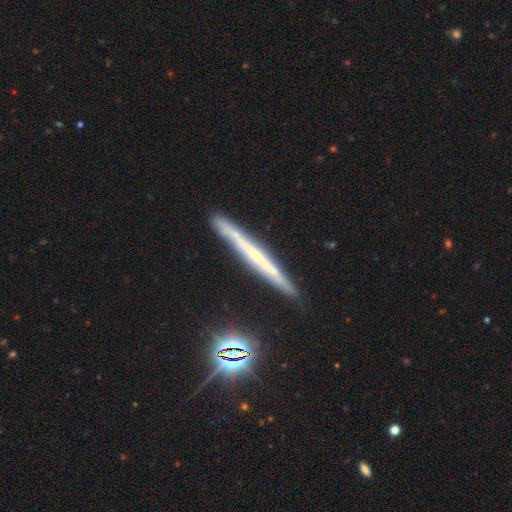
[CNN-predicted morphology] Q: Smooth or featured?
A: featured or disk (60%); runner-up: smooth (30%)
Q: Edge-on disk?
A: yes (96%); runner-up: no (4%)
Q: Edge-on bulge?
A: none (74%); runner-up: rounded (18%)
Q: Merging?
A: none (88%); runner-up: minor disturbance (9%)